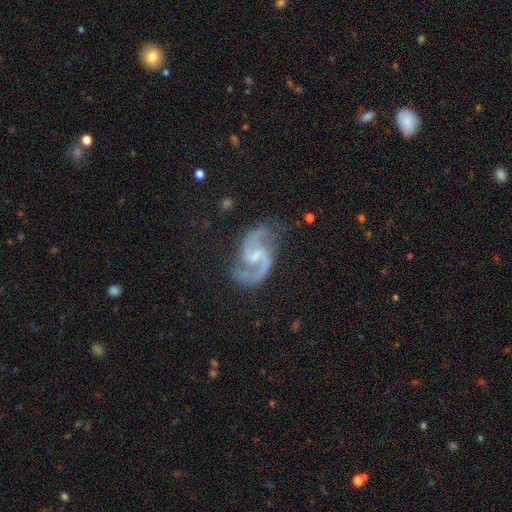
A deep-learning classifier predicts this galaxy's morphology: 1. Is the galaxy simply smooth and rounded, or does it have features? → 92% featured or disk, 5% star or artifact, 3% smooth.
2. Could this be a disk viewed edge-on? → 98% no, 2% yes.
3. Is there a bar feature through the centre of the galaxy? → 56% weak, 29% no, 16% strong.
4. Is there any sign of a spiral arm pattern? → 98% yes, 2% no.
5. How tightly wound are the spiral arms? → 61% medium, 26% loose, 13% tight.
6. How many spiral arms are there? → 94% 2, 2% can't tell, 1% 1, 1% 3, 1% 4, 1% more than 4.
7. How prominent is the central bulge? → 52% small, 27% moderate, 18% none, 2% large, 1% dominant.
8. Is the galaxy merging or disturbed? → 74% none, 17% minor disturbance, 7% major disturbance, 2% merger.